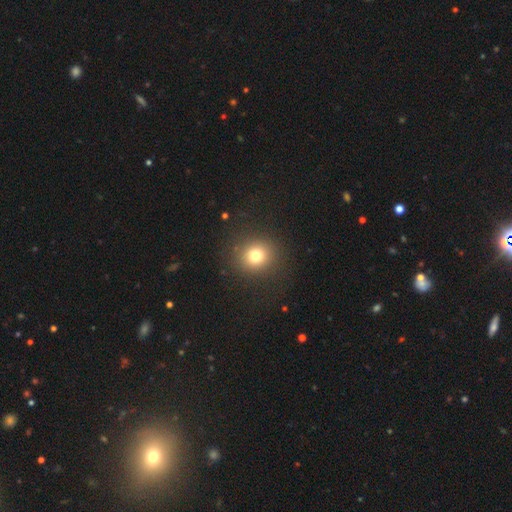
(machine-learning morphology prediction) This appears to be a smooth galaxy with no disk features (77%) that is round (84%). Merging: none (89%).